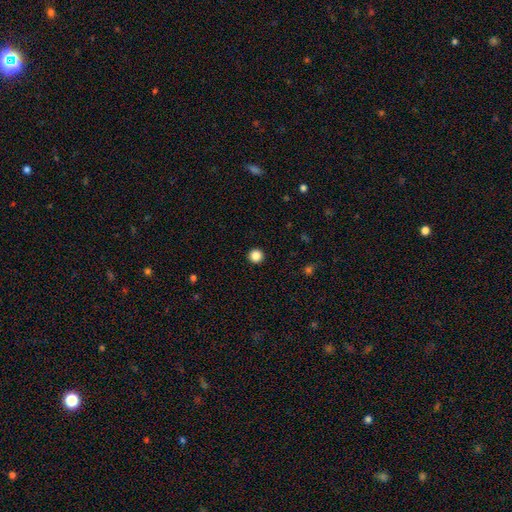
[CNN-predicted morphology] Smooth or featured? smooth (86%)
How rounded? round (96%)
Merging? none (94%)